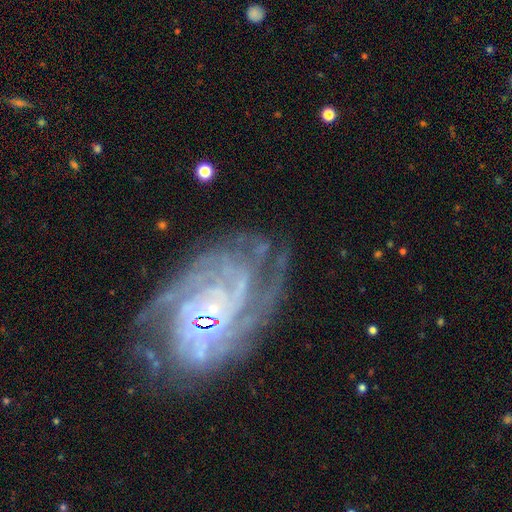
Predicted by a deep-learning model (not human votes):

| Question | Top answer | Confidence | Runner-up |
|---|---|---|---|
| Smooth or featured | featured or disk | 85% | star or artifact (8%) |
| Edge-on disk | no | 96% | yes (4%) |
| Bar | no | 56% | weak (31%) |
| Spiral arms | yes | 97% | no (3%) |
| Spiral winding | tight | 69% | medium (25%) |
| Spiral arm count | can't tell | 27% | 4 (18%) |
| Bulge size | small | 54% | moderate (25%) |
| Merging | none | 73% | minor disturbance (17%) |